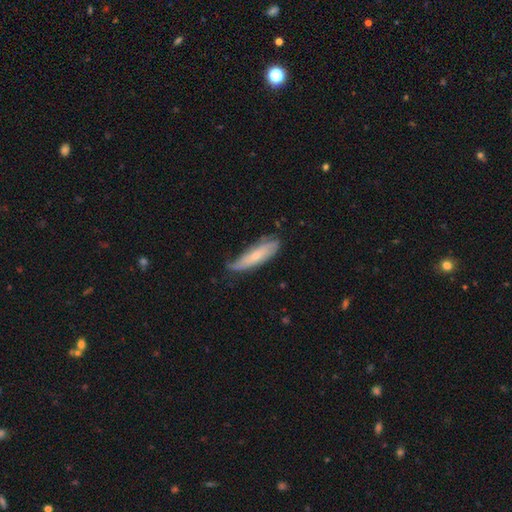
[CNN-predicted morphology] A smooth galaxy with no disk features (47%).

Vote fractions:
- Smooth or featured? smooth: 47% / featured or disk: 46% / star or artifact: 7%
- Merging? none: 56% / minor disturbance: 33% / major disturbance: 9% / merger: 2%